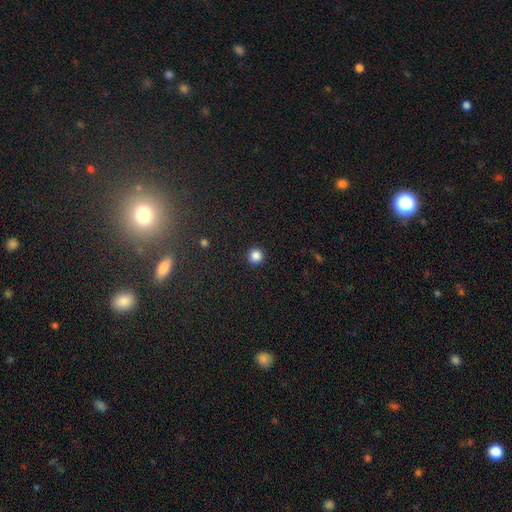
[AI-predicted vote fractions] A smooth galaxy with no disk features (86%) that is round (95%).

Vote fractions:
- Smooth or featured? smooth: 86% / star or artifact: 11% / featured or disk: 3%
- How rounded? round: 95% / in between: 4% / cigar-shaped: 1%
- Merging? none: 93% / minor disturbance: 4% / major disturbance: 2% / merger: 1%